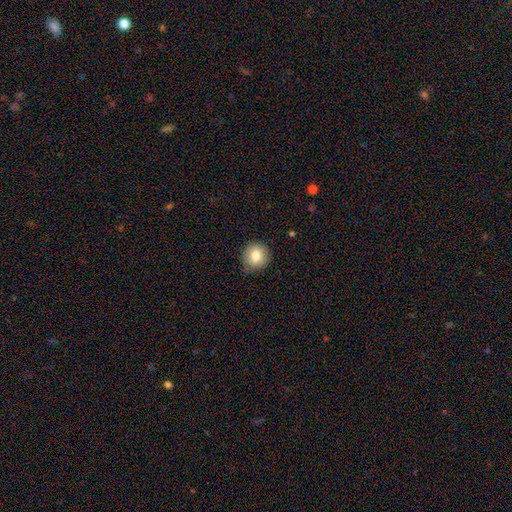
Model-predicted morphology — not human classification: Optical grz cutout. It shows a smooth galaxy with no disk features (81%) that is round (91%). Merging: none (82%).